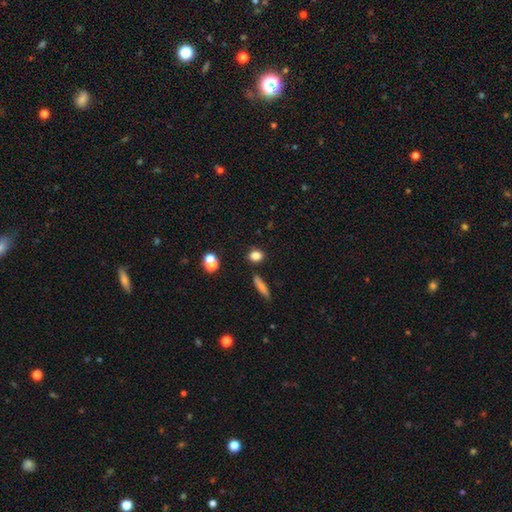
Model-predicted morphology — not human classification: Overall: smooth (80%). How rounded: round (58%; in between 37%). Merging: none (79%).